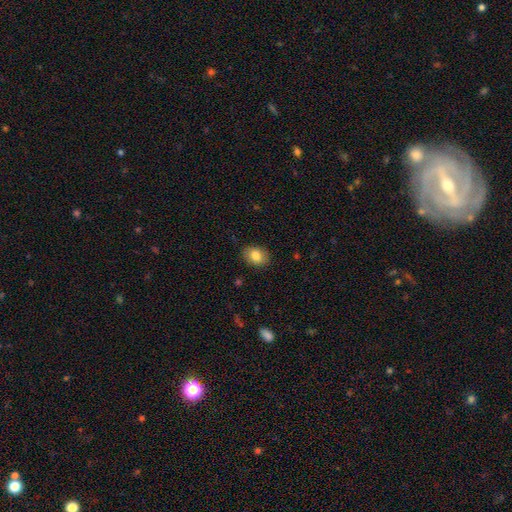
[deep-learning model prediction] This is clearly a smooth galaxy (82%). How rounded: likely in between (64%). Merging: clearly none (87%).